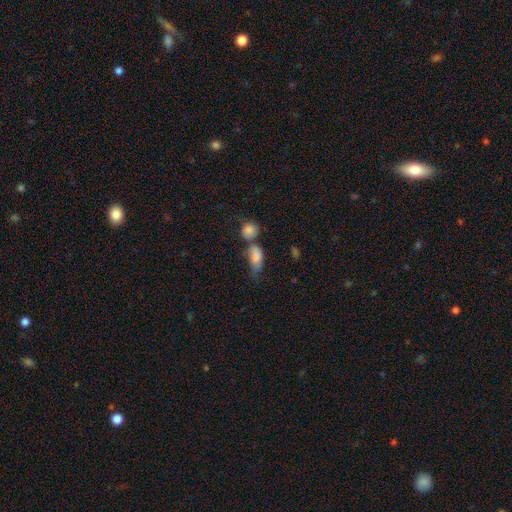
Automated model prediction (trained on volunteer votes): The model was most divided on "merging": merger: 44%, none: 26%, minor disturbance: 17%, major disturbance: 12%. More confident: smooth or featured — smooth (75%); how rounded — in between (73%).